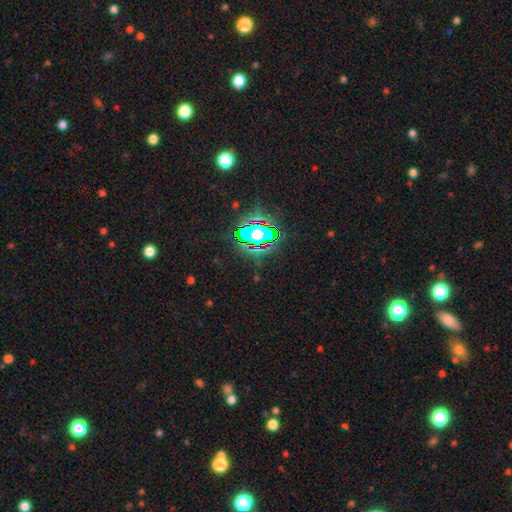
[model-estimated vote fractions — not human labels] smooth-or-featured: star or artifact: 82% | smooth: 11% | featured or disk: 7%